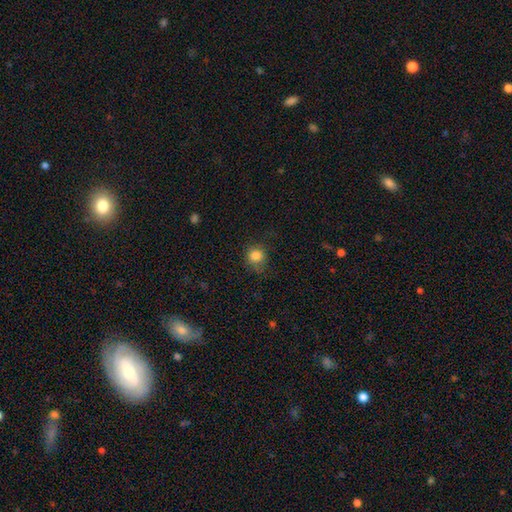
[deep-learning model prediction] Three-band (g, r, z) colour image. It shows a smooth galaxy with no disk features (83%) that is round (85%). Merging: none (71%).